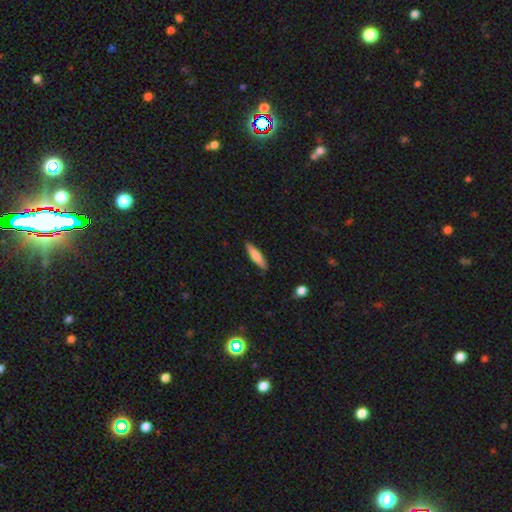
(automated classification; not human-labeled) This is likely a smooth galaxy (75%). How rounded: likely cigar-shaped (78%). Merging: clearly none (85%).